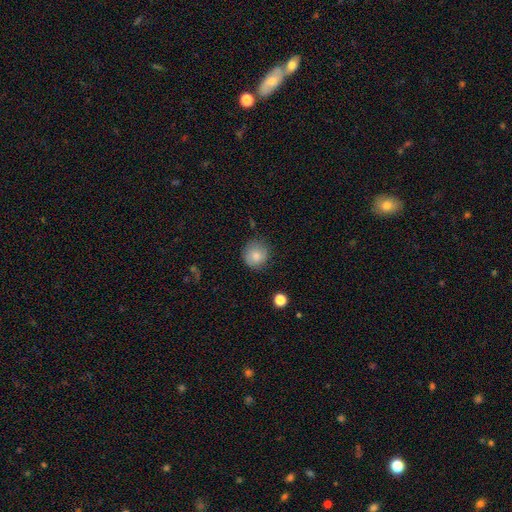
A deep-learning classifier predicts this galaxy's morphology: Smooth or featured: smooth — 81% (featured or disk — 11%)
How rounded: round — 88% (in between — 11%)
Merging: none — 76% (minor disturbance — 18%)